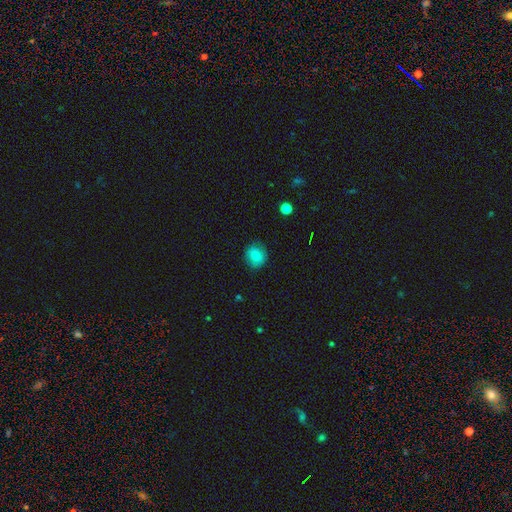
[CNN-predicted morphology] type=smooth (80%); roundness=round (79%); merging=none (82%).